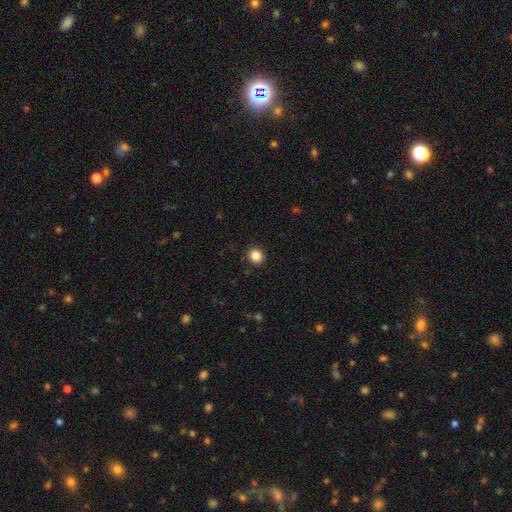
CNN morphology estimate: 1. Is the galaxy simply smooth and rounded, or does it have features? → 86% smooth, 10% star or artifact, 4% featured or disk.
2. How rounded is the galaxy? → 84% round, 15% in between, 1% cigar-shaped.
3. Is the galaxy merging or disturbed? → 92% none, 6% minor disturbance, 2% major disturbance, 1% merger.